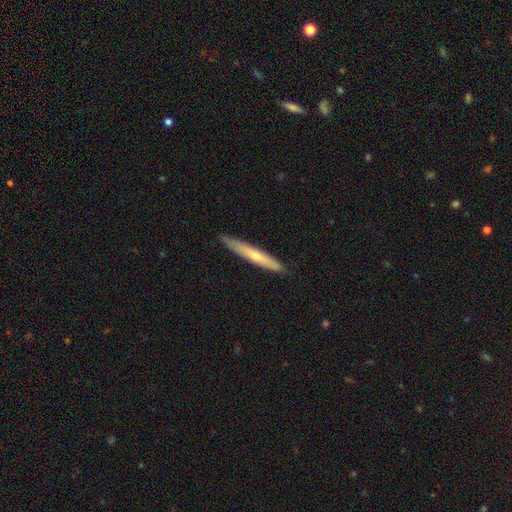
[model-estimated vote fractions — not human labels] smooth-or-featured: featured or disk: 55% | smooth: 38% | star or artifact: 7%
  disk-edge-on: yes: 94% | no: 6%
    edge-on-bulge: rounded: 71% | none: 25% | boxy: 3%
  merging: none: 90% | minor disturbance: 8% | major disturbance: 1% | merger: 1%